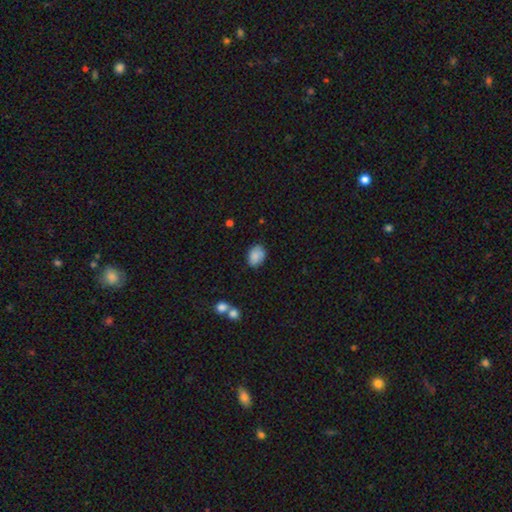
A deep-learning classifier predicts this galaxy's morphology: A smooth galaxy with no disk features (85%) that is in between round and cigar-shaped (71%).

Vote fractions:
- Smooth or featured? smooth: 85% / star or artifact: 8% / featured or disk: 7%
- How rounded? in between: 71% / round: 28% / cigar-shaped: 1%
- Merging? none: 78% / minor disturbance: 17% / major disturbance: 3% / merger: 2%